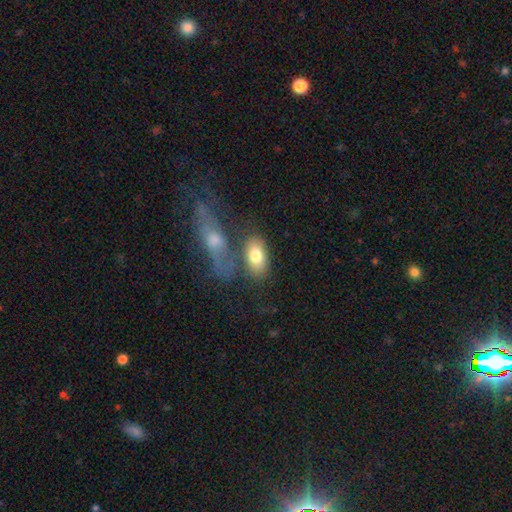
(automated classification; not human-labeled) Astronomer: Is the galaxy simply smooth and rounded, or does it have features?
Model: smooth — 76%.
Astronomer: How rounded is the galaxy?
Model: in between — 89%.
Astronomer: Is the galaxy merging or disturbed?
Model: none — 60%.